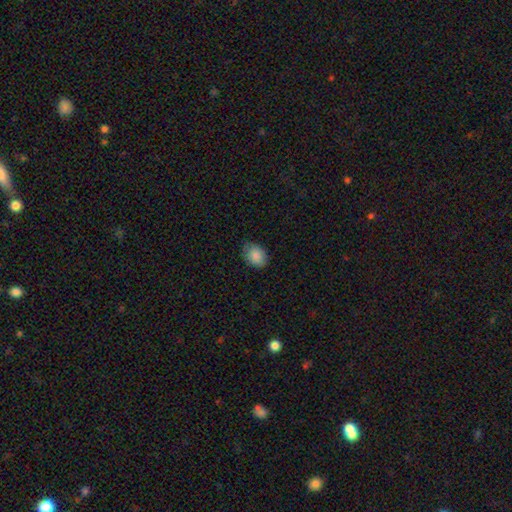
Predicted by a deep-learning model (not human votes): smooth-or-featured: smooth: 88% | star or artifact: 7% | featured or disk: 5%
  how-rounded: in between: 73% | round: 26% | cigar-shaped: 1%
  merging: none: 76% | minor disturbance: 20% | major disturbance: 3% | merger: 1%